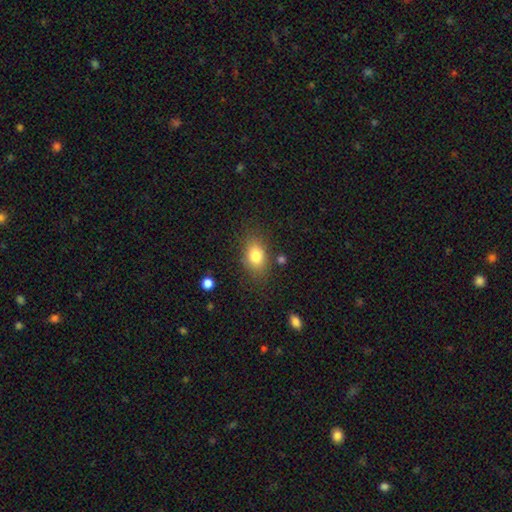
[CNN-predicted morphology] Q: Smooth or featured?
A: smooth (80%); runner-up: featured or disk (10%)
Q: How rounded?
A: in between (77%); runner-up: round (21%)
Q: Merging?
A: none (79%); runner-up: minor disturbance (14%)